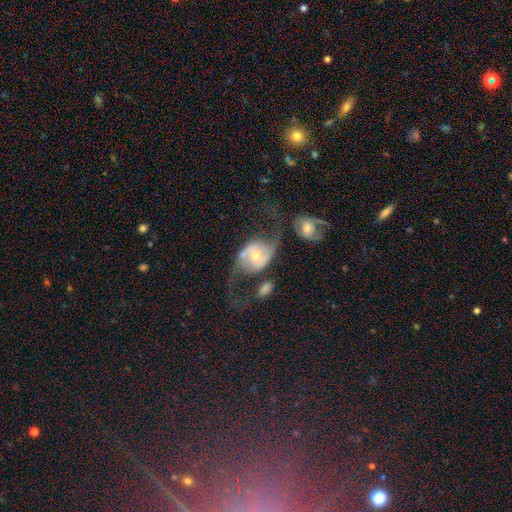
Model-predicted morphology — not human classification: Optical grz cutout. It shows a featured or disk galaxy (81%) with no bar (57%), 2 (91%) loose (65%) spiral arms (90%) and a moderate central bulge (68%). Merging: none (42%).